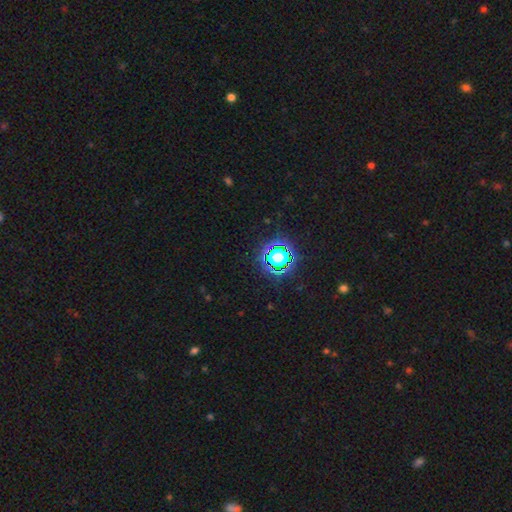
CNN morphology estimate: star or artifact 82%, smooth 11%, featured or disk 7%.